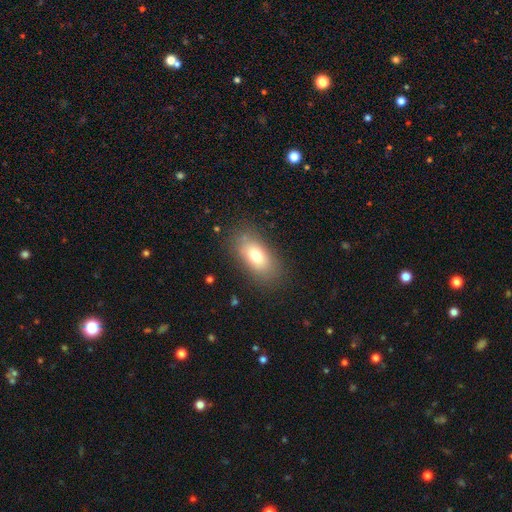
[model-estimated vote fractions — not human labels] smooth 75%, featured or disk 15%, star or artifact 9%. Down the decision tree: how rounded — in between (88%); merging — none (81%).